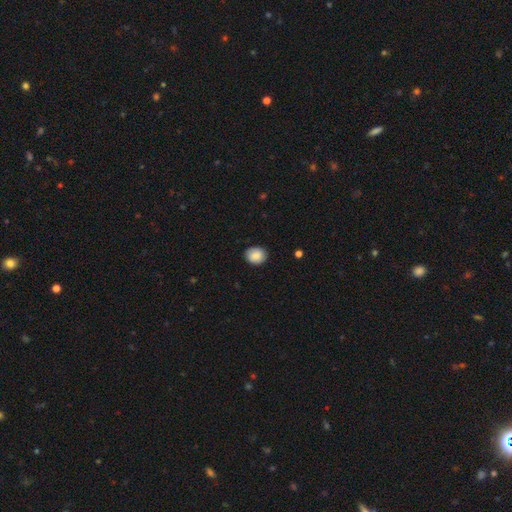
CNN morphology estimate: smooth-or-featured: smooth: 84% | featured or disk: 8% | star or artifact: 7%
  how-rounded: round: 51% | in between: 48% | cigar-shaped: 1%
  merging: none: 83% | minor disturbance: 13% | major disturbance: 3% | merger: 1%